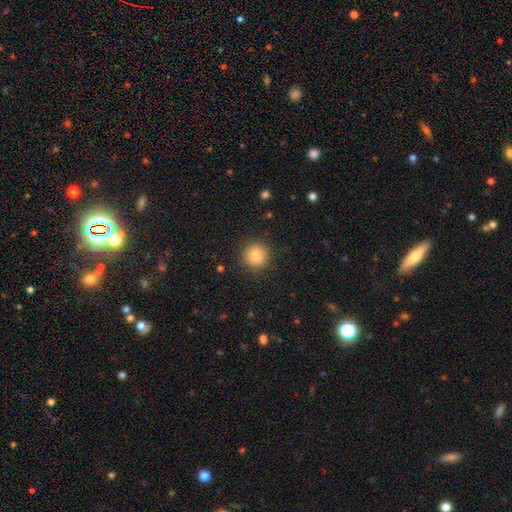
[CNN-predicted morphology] The model was most divided on "smooth or featured": smooth: 86%, star or artifact: 10%, featured or disk: 5%. More confident: how rounded — round (94%); merging — none (90%).